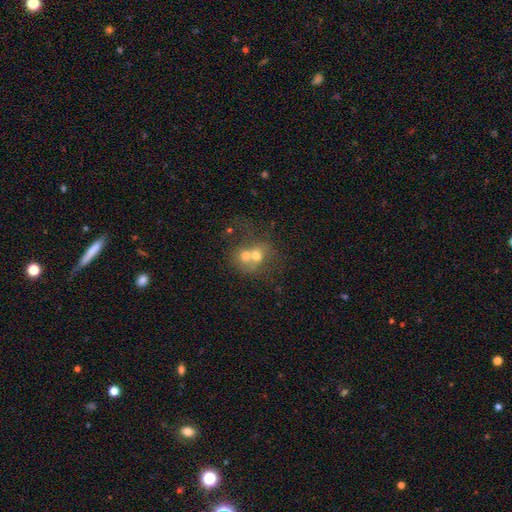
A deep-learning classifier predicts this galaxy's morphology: Overall: smooth (55%; featured or disk 32%). How rounded: round (69%; in between 30%). Merging: merger (71%).